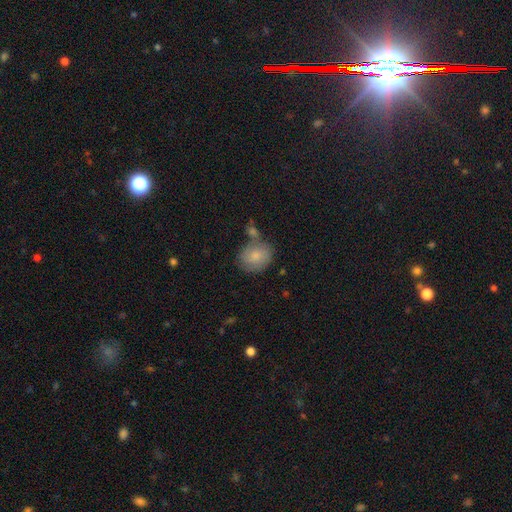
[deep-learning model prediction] Smooth or featured? Predicted: smooth (p=0.79). How rounded? Predicted: round (p=0.62). Merging? Predicted: none (p=0.54).